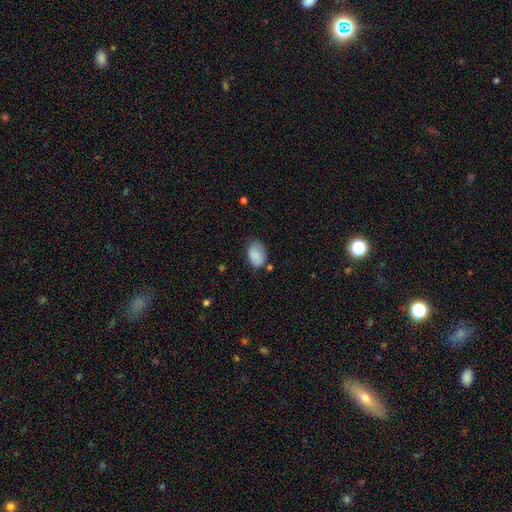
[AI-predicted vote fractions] smooth 86%, star or artifact 7%, featured or disk 7%. Down the decision tree: how rounded — in between (85%); merging — none (63%).